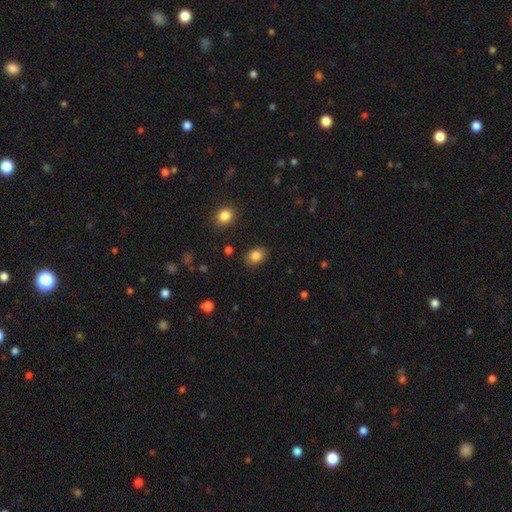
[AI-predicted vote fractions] A smooth galaxy with no disk features (84%) that is in between round and cigar-shaped (67%).

Vote fractions:
- Smooth or featured? smooth: 84% / star or artifact: 10% / featured or disk: 6%
- How rounded? in between: 67% / round: 32% / cigar-shaped: 1%
- Merging? none: 85% / minor disturbance: 11% / major disturbance: 3% / merger: 2%